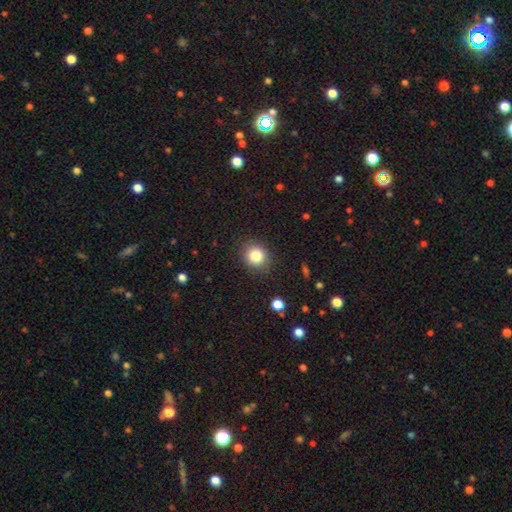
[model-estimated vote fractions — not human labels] A smooth galaxy with no disk features (82%) that is round (72%).

Vote fractions:
- Smooth or featured? smooth: 82% / star or artifact: 11% / featured or disk: 7%
- How rounded? round: 72% / in between: 27% / cigar-shaped: 1%
- Merging? none: 87% / minor disturbance: 9% / major disturbance: 3% / merger: 1%